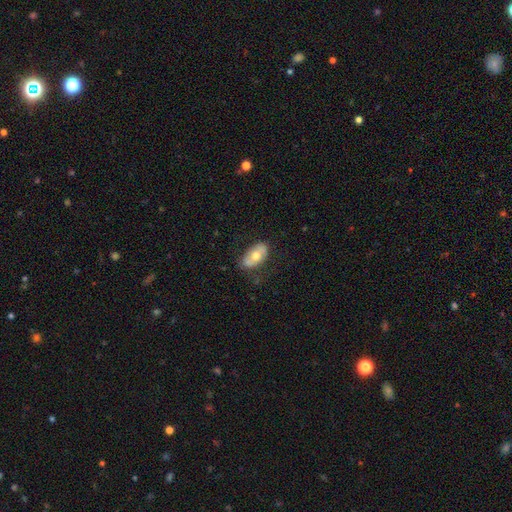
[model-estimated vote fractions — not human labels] Smooth or featured?
  - smooth: 58% *
  - featured or disk: 36%
  - star or artifact: 6%
How rounded?
  - in between: 92% *
  - round: 5%
  - cigar-shaped: 3%
Merging?
  - none: 72% *
  - minor disturbance: 21%
  - major disturbance: 6%
  - merger: 2%